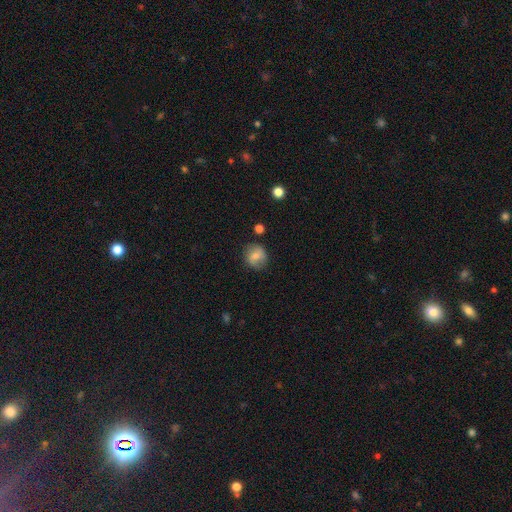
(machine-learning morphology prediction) The model was most divided on "smooth or featured": smooth: 67%, featured or disk: 24%, star or artifact: 9%. More confident: how rounded — round (80%); merging — none (79%).